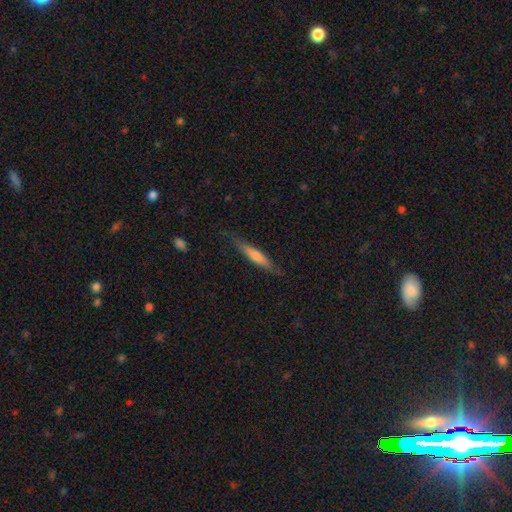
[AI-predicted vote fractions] smooth_or_featured: featured or disk (p=0.48) [alt: smooth p=0.45]
merging: none (p=0.79) [alt: minor disturbance p=0.16]